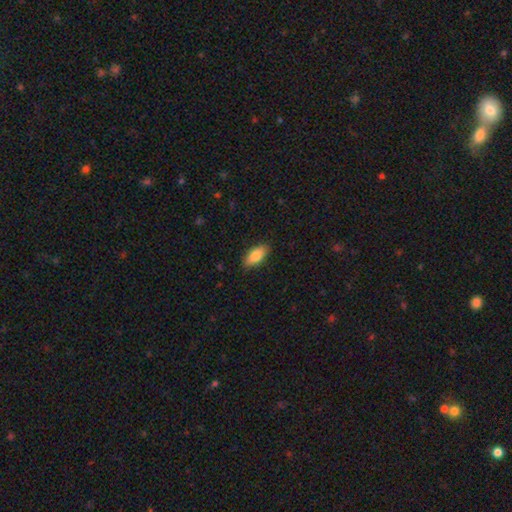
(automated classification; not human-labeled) smooth 83%, featured or disk 11%, star or artifact 6%. Down the decision tree: how rounded — in between (84%); merging — none (87%).